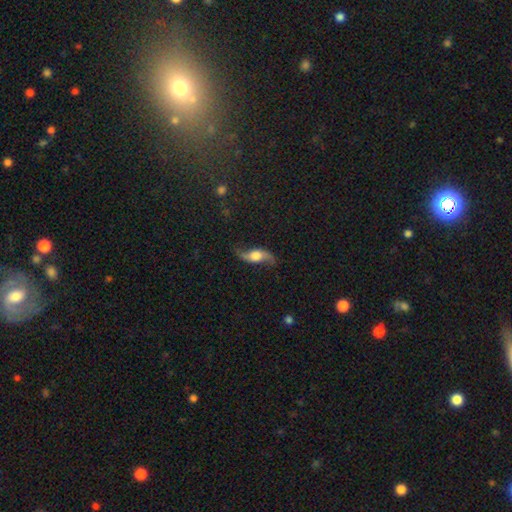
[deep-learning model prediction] A featured or disk galaxy (75%) with no bar (66%), 2 (93%) loose (85%) spiral arms (93%) and a large central bulge (47%). Merging: none (74%).